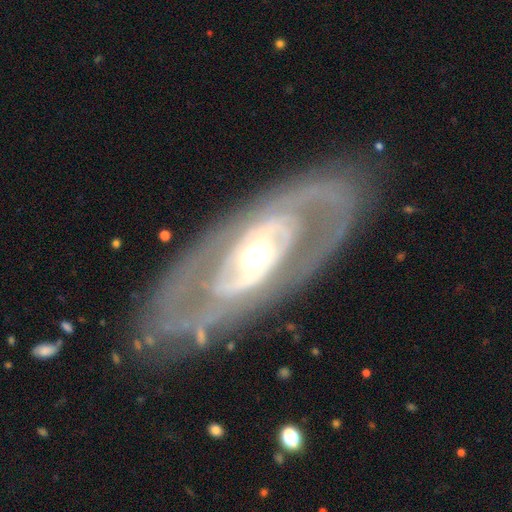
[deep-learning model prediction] A featured or disk galaxy (84%) with no bar (57%), spiral arms (59%) and a moderate central bulge (68%).

Vote fractions:
- Smooth or featured? featured or disk: 84% / smooth: 11% / star or artifact: 5%
- Edge-on disk? no: 87% / yes: 13%
- Bar? no: 57% / weak: 24% / strong: 19%
- Spiral arms? yes: 59% / no: 41%
- Bulge size? moderate: 68% / small: 16% / large: 14% / dominant: 2% / none: 1%
- Merging? none: 75% / minor disturbance: 14% / major disturbance: 10% / merger: 2%